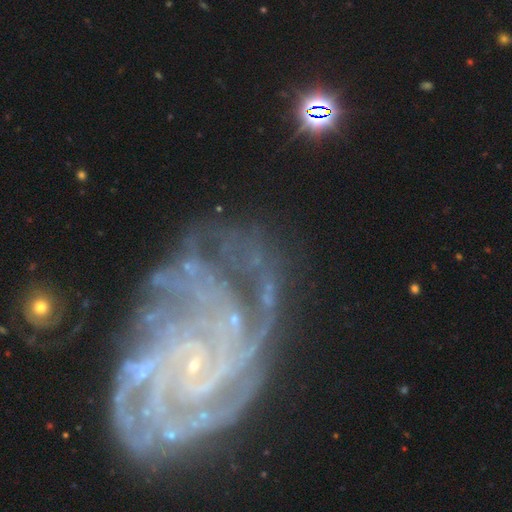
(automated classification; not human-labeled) Morphology: type=featured or disk (86%); edge-on=no (98%); bar=no (58%); spiral arms=yes (98%); winding=tight (67%); arm count=3 (19%, tied with 4 and can't tell); bulge=small (84%); merging=none (65%).